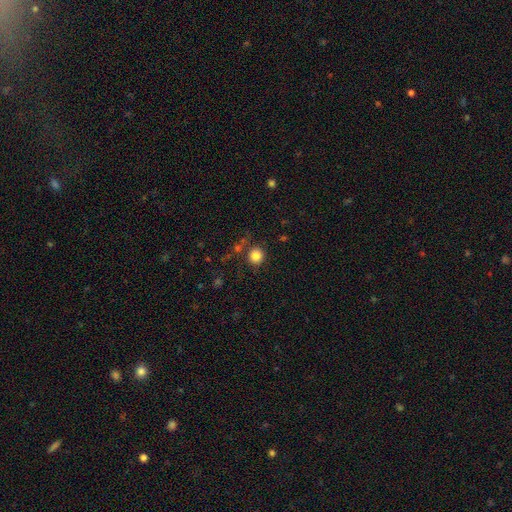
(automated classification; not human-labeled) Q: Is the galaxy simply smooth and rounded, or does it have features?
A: smooth — 84%.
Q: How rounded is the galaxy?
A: round — 91%.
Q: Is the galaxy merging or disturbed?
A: none — 79%.